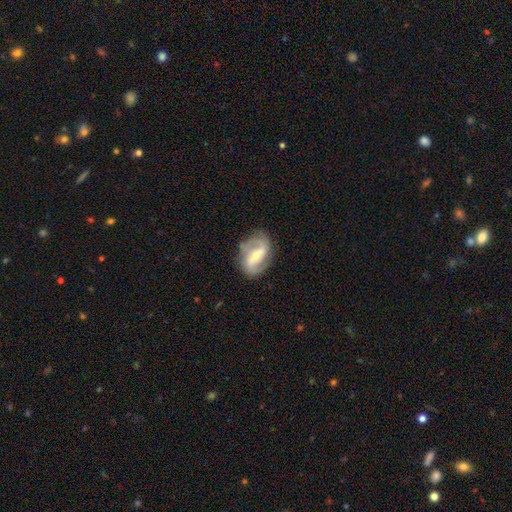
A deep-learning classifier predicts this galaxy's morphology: Smooth or featured?
  - featured or disk: 80% *
  - smooth: 15%
  - star or artifact: 5%
Edge-on disk?
  - no: 97% *
  - yes: 3%
Bar?
  - strong: 48% *
  - weak: 38%
  - no: 15%
Spiral arms?
  - yes: 91% *
  - no: 9%
Spiral winding?
  - medium: 45% *
  - loose: 32%
  - tight: 23%
Spiral arm count?
  - 2: 82% *
  - can't tell: 8%
  - 3: 4%
  - 1: 3%
  - 4: 1%
  - more than 4: 1%
Bulge size?
  - small: 54% *
  - moderate: 39%
  - none: 3%
  - large: 3%
  - dominant: 1%
Merging?
  - none: 73% *
  - minor disturbance: 18%
  - major disturbance: 8%
  - merger: 2%